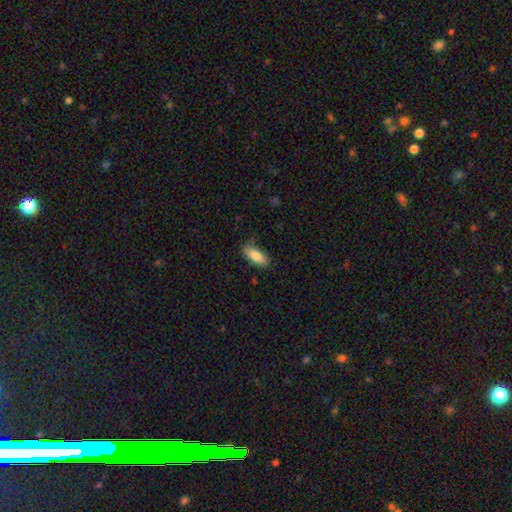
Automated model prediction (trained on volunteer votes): smooth_or_featured: smooth (p=0.83) [alt: featured or disk p=0.11]
how_rounded: in between (p=0.74) [alt: cigar-shaped p=0.24]
merging: none (p=0.77) [alt: minor disturbance p=0.18]